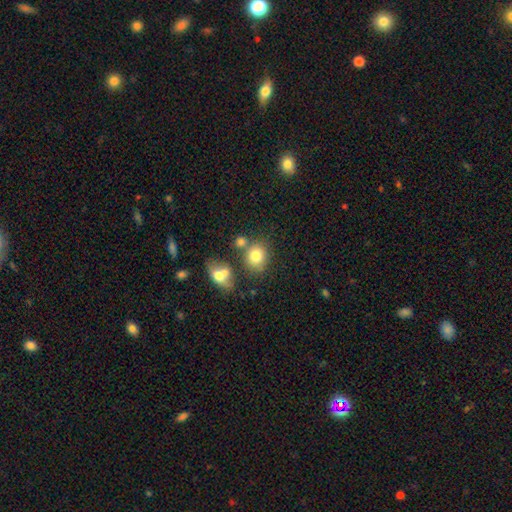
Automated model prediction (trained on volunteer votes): This appears to be a smooth galaxy with no disk features (79%) that is round (62%). Merging: none (58%).